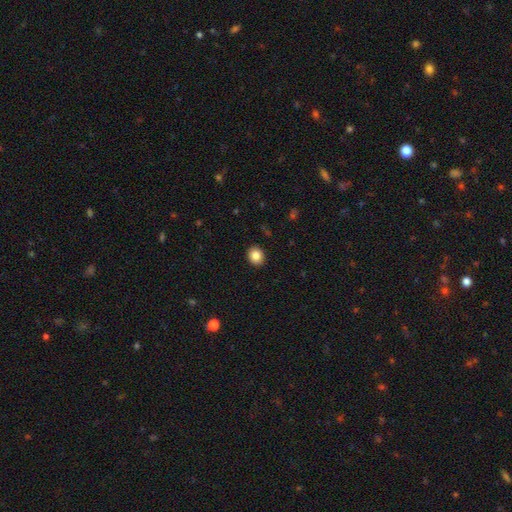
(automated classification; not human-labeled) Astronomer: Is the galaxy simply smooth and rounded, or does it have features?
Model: smooth — 85%.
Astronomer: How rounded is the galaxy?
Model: round — 70%.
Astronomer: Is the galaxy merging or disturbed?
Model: none — 92%.